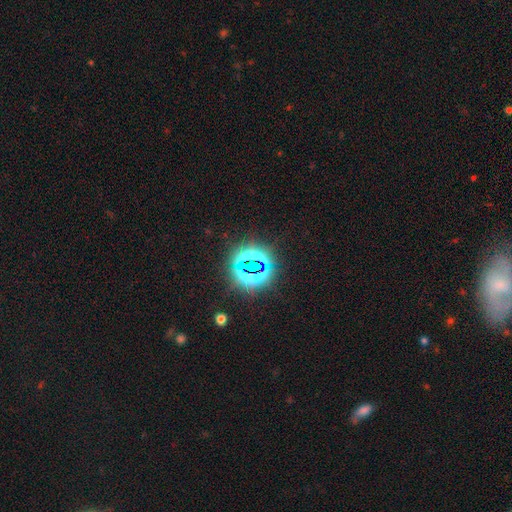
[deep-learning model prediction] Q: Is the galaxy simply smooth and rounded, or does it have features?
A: star or artifact — 77%.